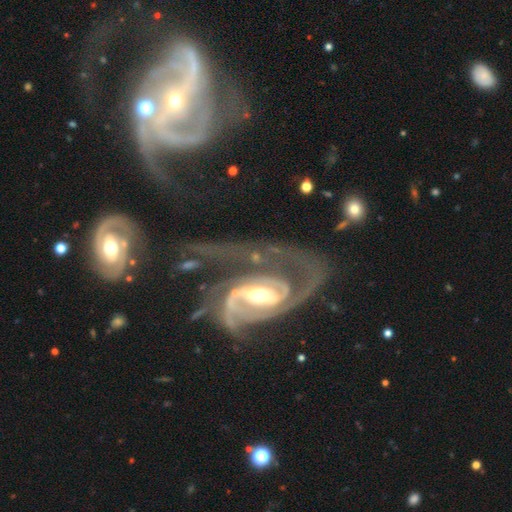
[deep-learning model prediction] featured or disk 91%, star or artifact 5%, smooth 4%. Down the decision tree: edge-on disk — no (97%); bar — weak (38%); spiral arms — yes (95%); spiral arm count — 2 (62%); spiral winding — medium (45%); bulge size — moderate (62%); merging — major disturbance (45%).